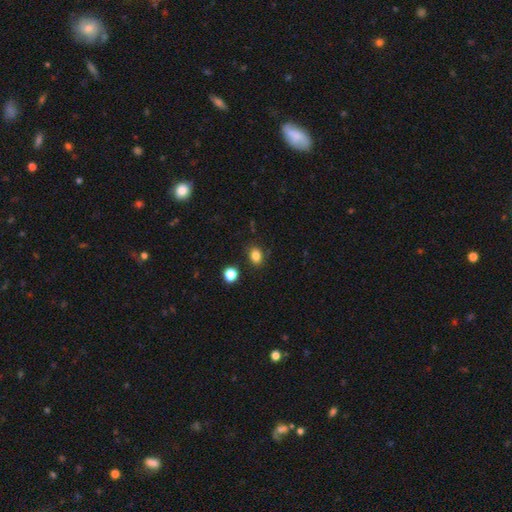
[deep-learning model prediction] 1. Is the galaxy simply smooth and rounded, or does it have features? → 83% smooth, 12% star or artifact, 5% featured or disk.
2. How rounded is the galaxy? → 52% in between, 47% round, 1% cigar-shaped.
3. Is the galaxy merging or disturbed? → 83% none, 10% minor disturbance, 4% merger, 3% major disturbance.